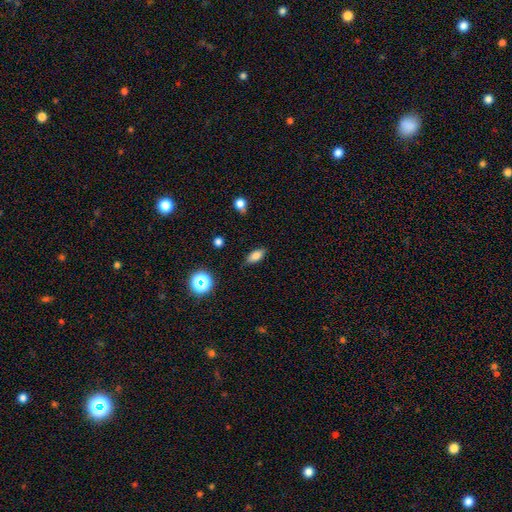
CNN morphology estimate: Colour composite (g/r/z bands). It shows a smooth galaxy with no disk features (76%) that is in between round and cigar-shaped (80%). Merging: none (83%).